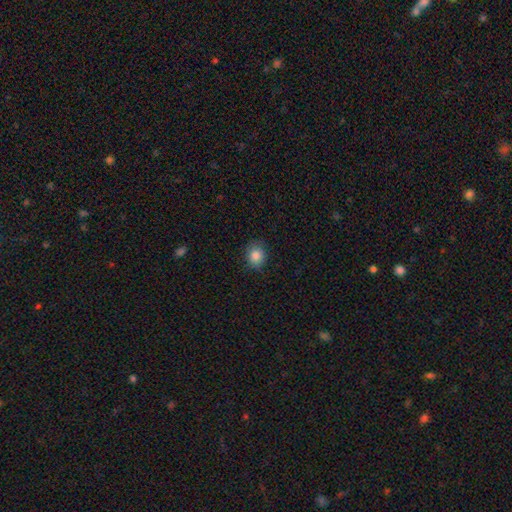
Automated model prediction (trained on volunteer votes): smooth_or_featured: smooth (p=0.85) [alt: star or artifact p=0.10]
how_rounded: round (p=0.69) [alt: in between p=0.30]
merging: none (p=0.83) [alt: minor disturbance p=0.14]